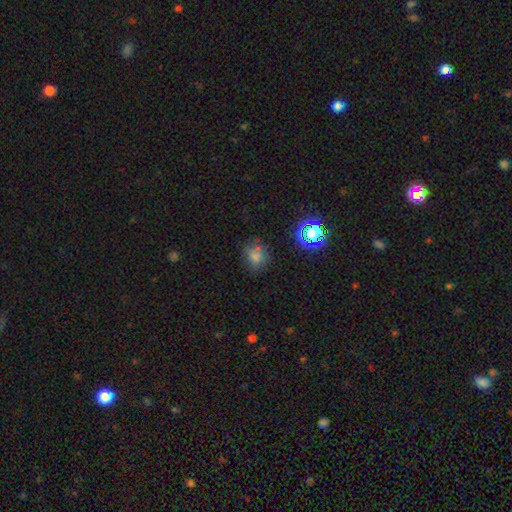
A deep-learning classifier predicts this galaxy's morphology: A smooth galaxy with no disk features (68%) that is round (72%). Merging: none (69%).